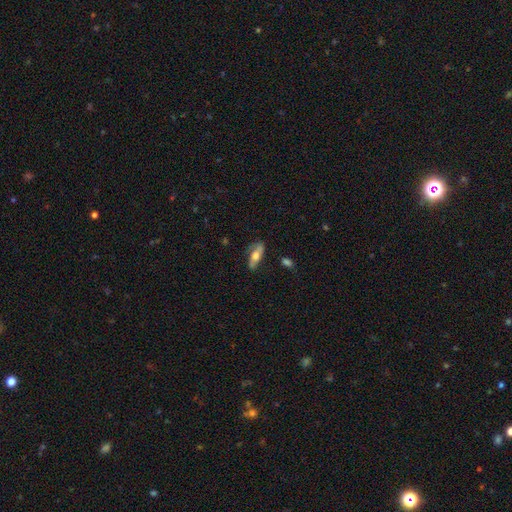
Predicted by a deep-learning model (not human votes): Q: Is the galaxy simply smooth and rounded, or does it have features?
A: smooth — 53%.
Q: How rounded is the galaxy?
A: in between — 68%.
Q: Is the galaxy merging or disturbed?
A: none — 67%.